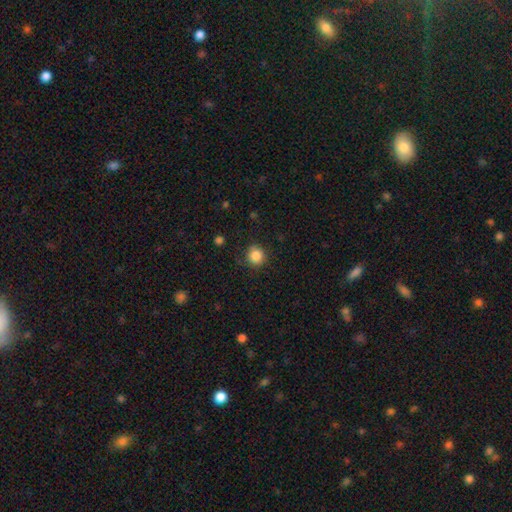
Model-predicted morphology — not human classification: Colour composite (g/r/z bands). It shows a smooth galaxy with no disk features (85%) that is round (92%). Merging: none (85%).